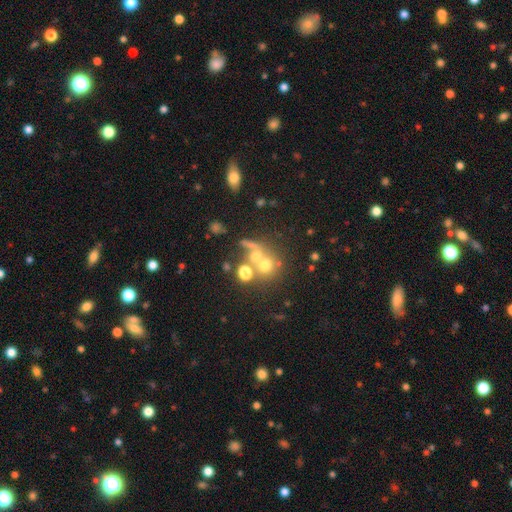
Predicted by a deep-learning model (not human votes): Smooth or featured? Predicted: smooth (p=0.57). How rounded? Predicted: round (p=0.81). Merging? Predicted: merger (p=0.42).